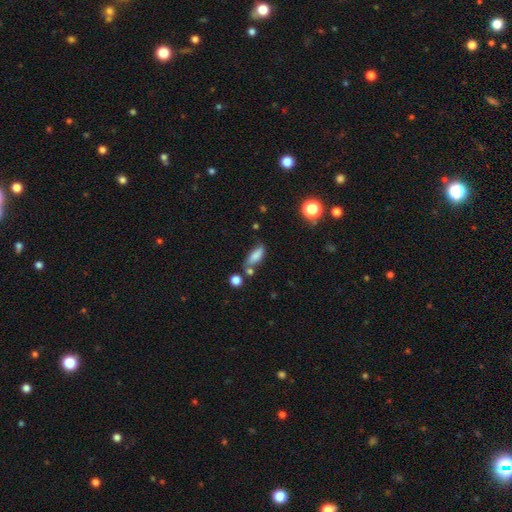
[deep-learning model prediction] Smooth or featured? smooth (78%)
How rounded? in between (71%)
Merging? none (55%)